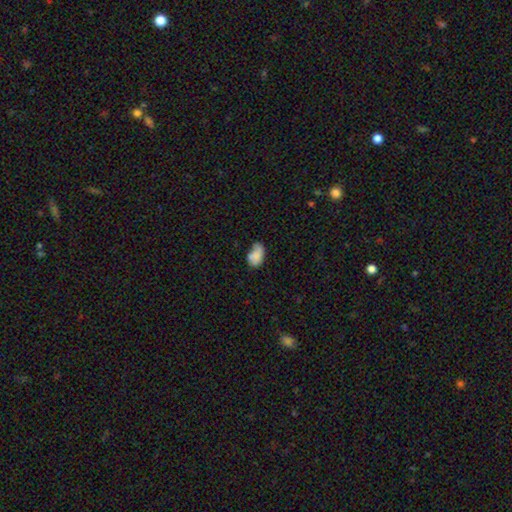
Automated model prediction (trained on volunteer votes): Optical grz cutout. It shows a smooth galaxy with no disk features (78%) that is in between round and cigar-shaped (89%). Merging: none (38%).